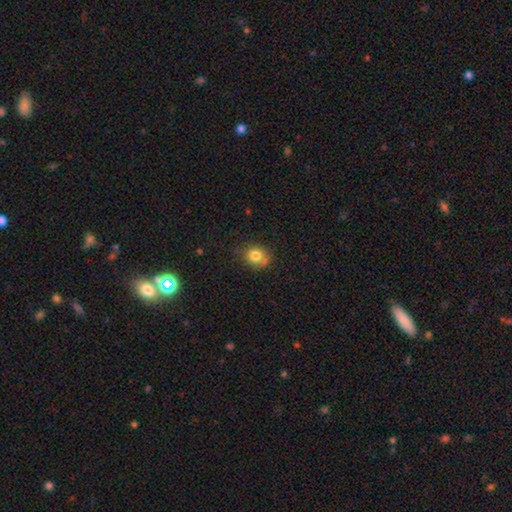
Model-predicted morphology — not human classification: Q: Smooth or featured?
A: smooth (80%); runner-up: star or artifact (11%)
Q: How rounded?
A: round (77%); runner-up: in between (22%)
Q: Merging?
A: none (66%); runner-up: minor disturbance (17%)